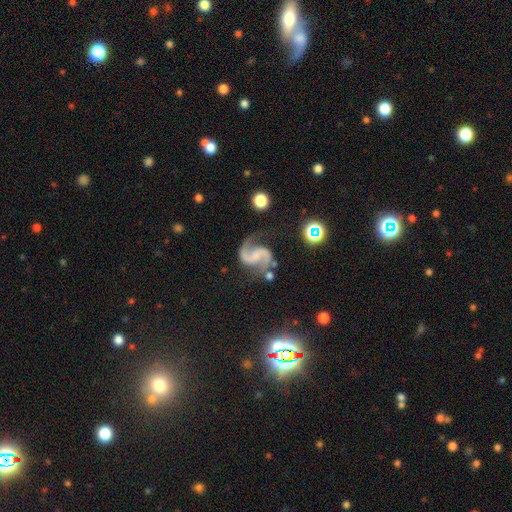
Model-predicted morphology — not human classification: featured or disk 92%, star or artifact 5%, smooth 3%. Down the decision tree: edge-on disk — no (98%); bar — no (40%); spiral arms — yes (98%); spiral arm count — 2 (94%); spiral winding — medium (51%); bulge size — none (54%); merging — none (71%).